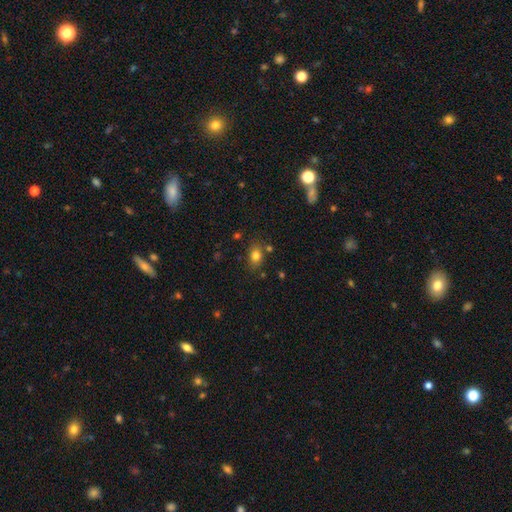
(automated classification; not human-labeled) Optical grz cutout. It shows a smooth galaxy with no disk features (79%) that is in between round and cigar-shaped (67%). Merging: none (76%).